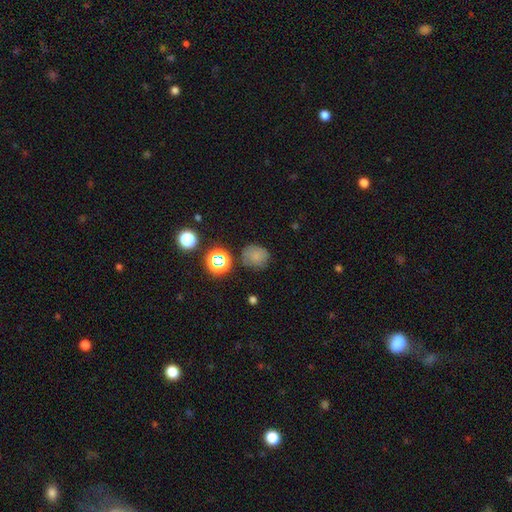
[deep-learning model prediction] Overall: smooth (72%). How rounded: round (81%). Merging: none (71%).